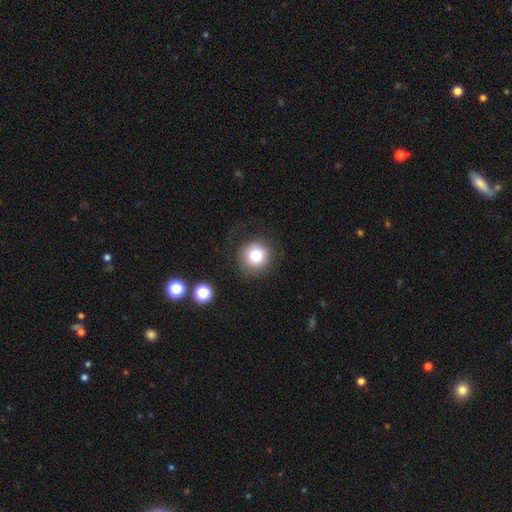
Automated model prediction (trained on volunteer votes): A smooth galaxy with no disk features (80%) that is round (93%). Merging: none (84%).